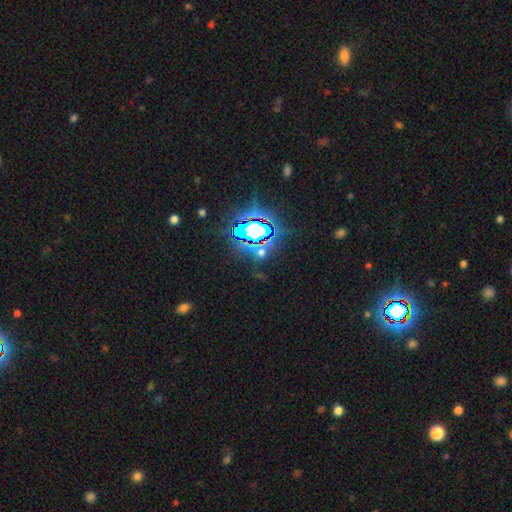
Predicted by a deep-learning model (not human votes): A star or artifact, not a galaxy (79%).